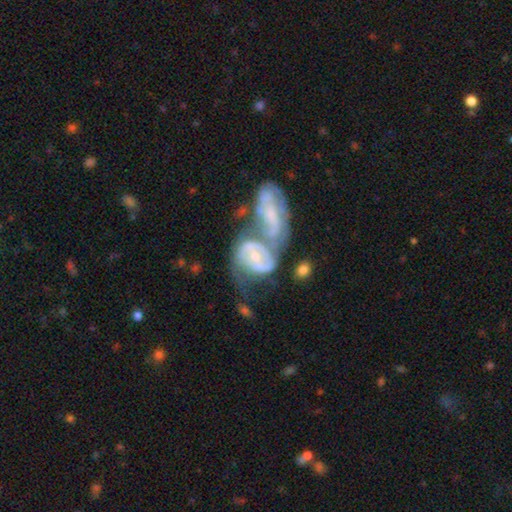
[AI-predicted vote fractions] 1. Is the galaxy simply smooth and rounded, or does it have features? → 80% featured or disk, 14% smooth, 6% star or artifact.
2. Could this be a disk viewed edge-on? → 97% no, 3% yes.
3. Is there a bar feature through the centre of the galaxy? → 46% no, 37% weak, 17% strong.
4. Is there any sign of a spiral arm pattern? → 87% yes, 13% no.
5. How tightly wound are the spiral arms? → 41% tight (tied), 41% medium (tied), 18% loose.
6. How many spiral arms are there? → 60% 2, 23% can't tell, 7% 1, 6% 3, 2% 4, 2% more than 4.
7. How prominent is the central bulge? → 51% small, 42% moderate, 3% none, 2% large, 1% dominant.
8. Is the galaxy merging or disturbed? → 66% merger, 14% none, 11% major disturbance, 9% minor disturbance.